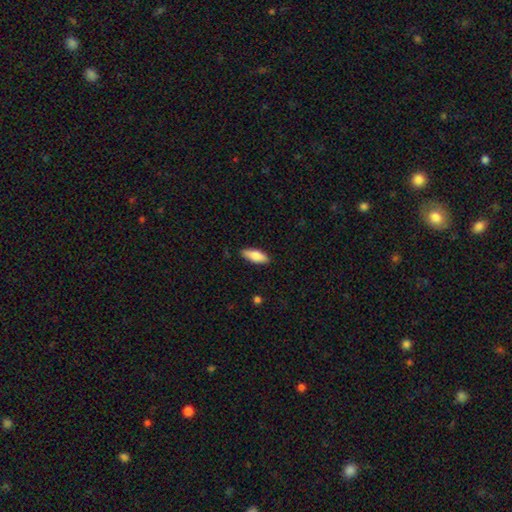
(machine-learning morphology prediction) Q: Smooth or featured?
A: smooth (81%); runner-up: featured or disk (13%)
Q: How rounded?
A: in between (72%); runner-up: cigar-shaped (26%)
Q: Merging?
A: none (86%); runner-up: minor disturbance (11%)